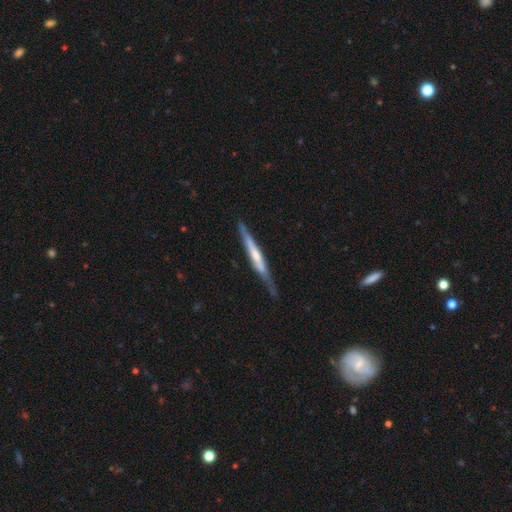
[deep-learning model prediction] This appears to be a featured or disk galaxy (63%) viewed edge-on (95%) with no central bulge (47%). Merging: none (76%).